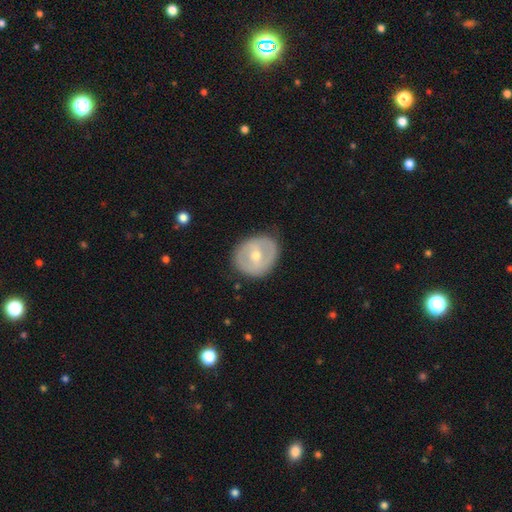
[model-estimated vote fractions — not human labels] This appears to be a featured or disk galaxy (55%) with a weak bar (41%), no spiral arms (69%) and a moderate central bulge (61%). Merging: none (82%).